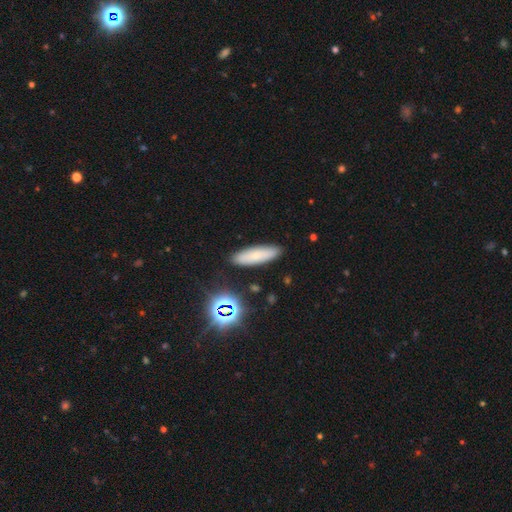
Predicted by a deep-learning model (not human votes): This is likely a smooth galaxy (71%). How rounded: possibly cigar-shaped (58%). Merging: clearly none (88%).